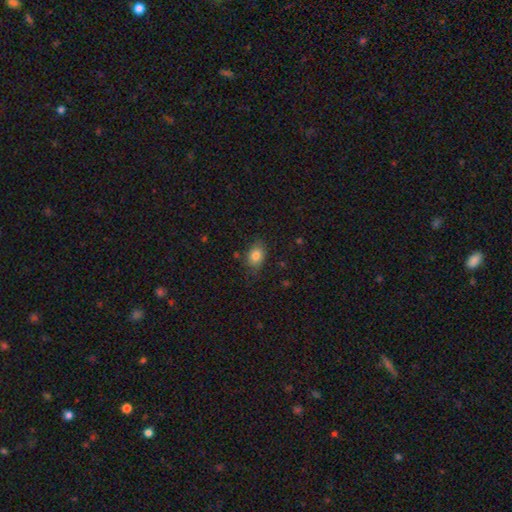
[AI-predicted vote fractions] smooth 83%, star or artifact 9%, featured or disk 8%. Down the decision tree: how rounded — in between (77%); merging — none (77%).